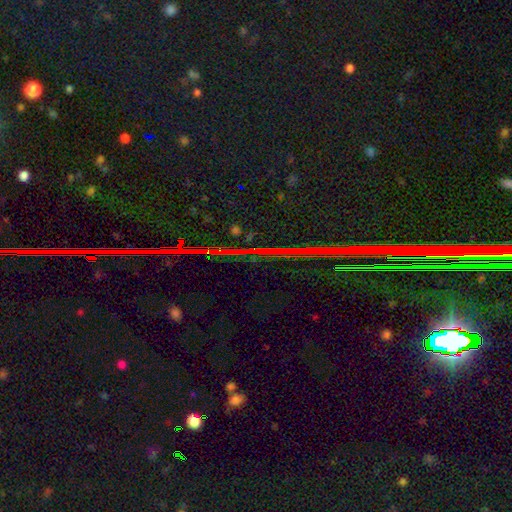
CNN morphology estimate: Smooth or featured: star or artifact — 84% (featured or disk — 8%)